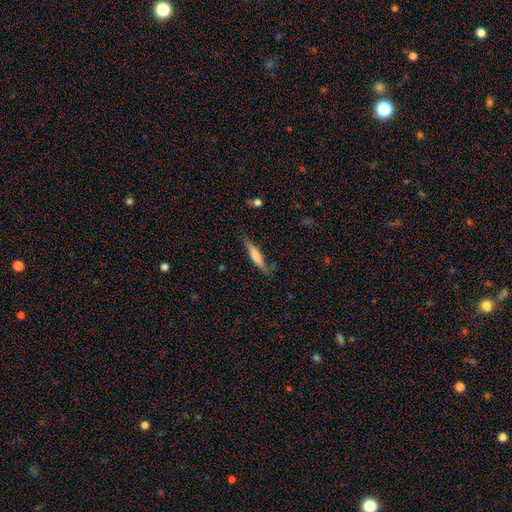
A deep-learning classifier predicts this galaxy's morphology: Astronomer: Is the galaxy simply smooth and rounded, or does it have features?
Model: smooth — 48% (runner-up: featured or disk, 46%).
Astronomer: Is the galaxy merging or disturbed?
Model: none — 75%.